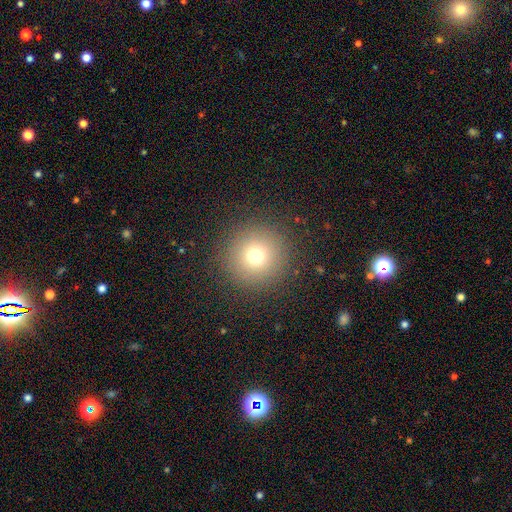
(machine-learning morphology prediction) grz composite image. It shows a smooth galaxy with no disk features (73%) that is round (96%). Merging: none (90%).